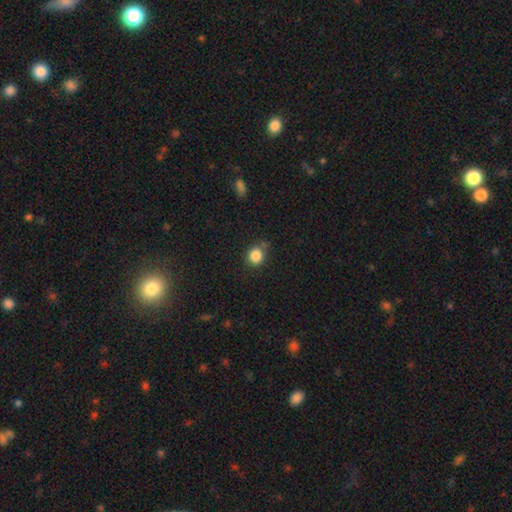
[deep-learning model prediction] This appears to be a smooth galaxy with no disk features (85%) that is round (84%). Merging: none (71%).